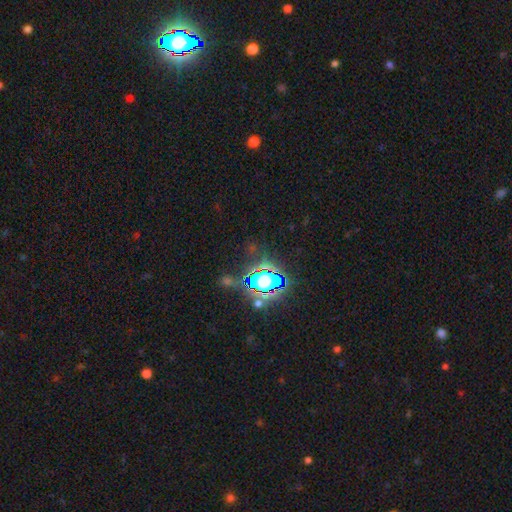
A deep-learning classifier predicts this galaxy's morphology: A star or artifact, not a galaxy (83%).

Vote fractions:
- Smooth or featured? star or artifact: 83% / smooth: 10% / featured or disk: 7%